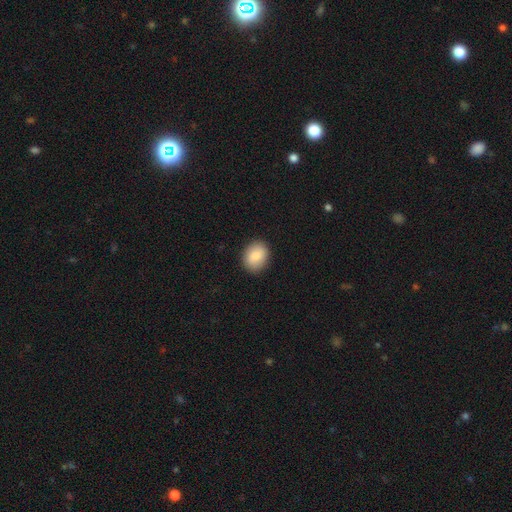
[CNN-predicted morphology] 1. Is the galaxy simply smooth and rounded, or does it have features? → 83% smooth, 10% featured or disk, 7% star or artifact.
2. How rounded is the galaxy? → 53% in between, 46% round, 1% cigar-shaped.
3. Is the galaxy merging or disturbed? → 90% none, 7% minor disturbance, 2% major disturbance, 1% merger.